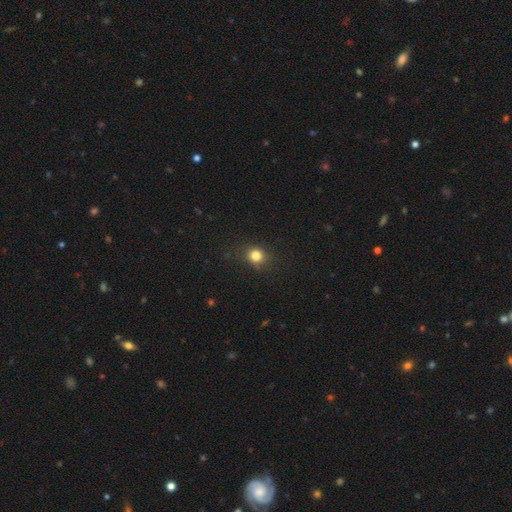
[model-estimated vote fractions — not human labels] Overall: smooth (81%). How rounded: round (77%). Merging: none (81%).